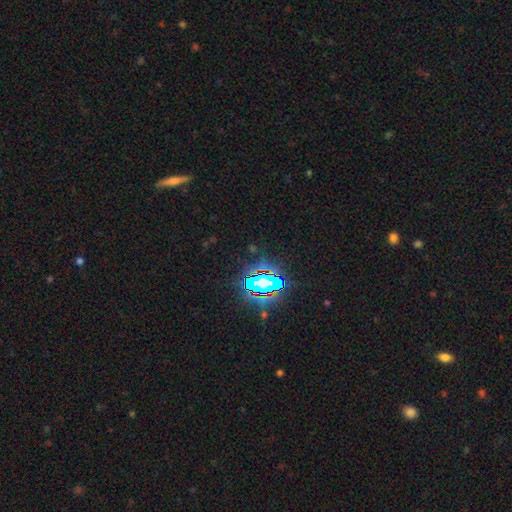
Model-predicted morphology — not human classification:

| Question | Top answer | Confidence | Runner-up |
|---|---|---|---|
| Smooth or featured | star or artifact | 78% | smooth (14%) |